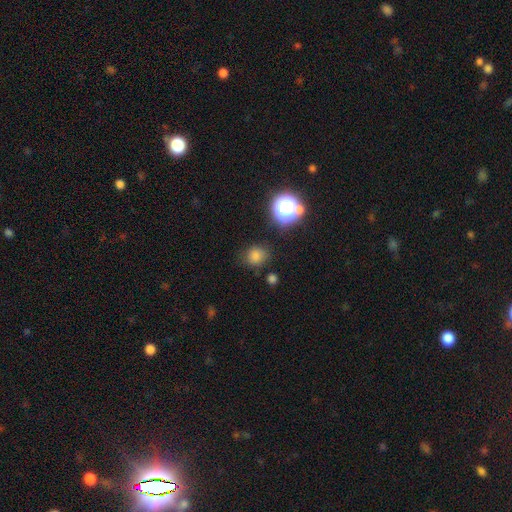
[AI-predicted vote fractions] The model was most divided on "how rounded": round: 76%, in between: 23%, cigar-shaped: 1%. More confident: merging — none (79%); smooth or featured — smooth (76%).